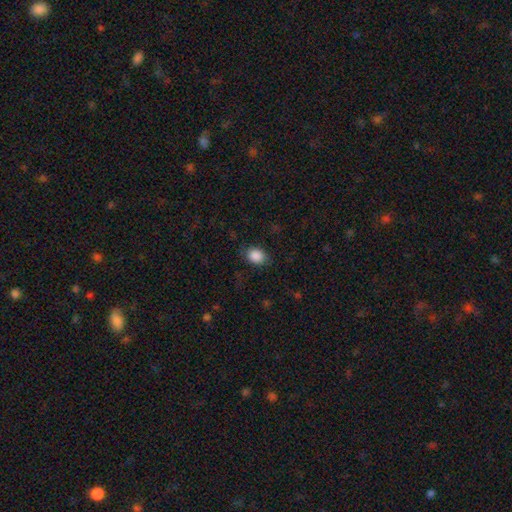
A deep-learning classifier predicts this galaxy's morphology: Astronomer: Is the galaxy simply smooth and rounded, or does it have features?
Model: smooth — 87%.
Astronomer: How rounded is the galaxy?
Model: in between — 58% (runner-up: round, 41%).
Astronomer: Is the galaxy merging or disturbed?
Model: none — 79%.